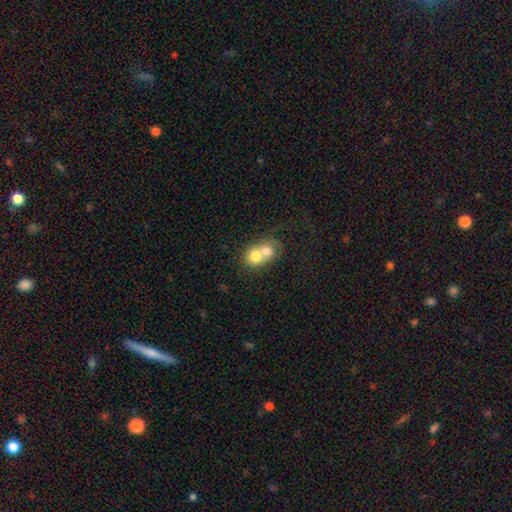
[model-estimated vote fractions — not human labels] smooth_or_featured: smooth (p=0.68) [alt: featured or disk p=0.25]
how_rounded: round (p=0.67) [alt: in between p=0.32]
merging: merger (p=0.78) [alt: none p=0.14]